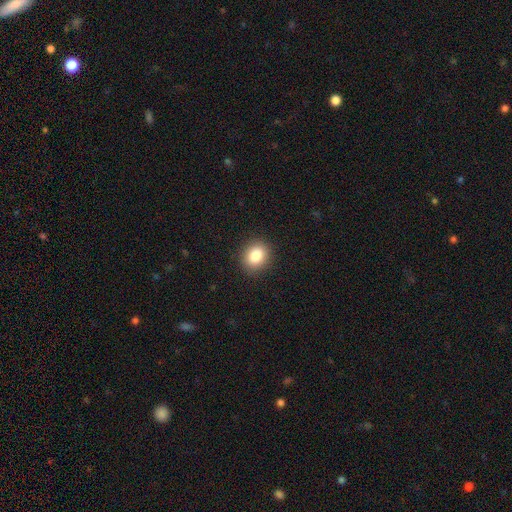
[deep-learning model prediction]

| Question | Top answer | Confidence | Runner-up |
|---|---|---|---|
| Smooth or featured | smooth | 85% | star or artifact (9%) |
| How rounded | round | 55% | in between (44%) |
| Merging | none | 90% | minor disturbance (7%) |